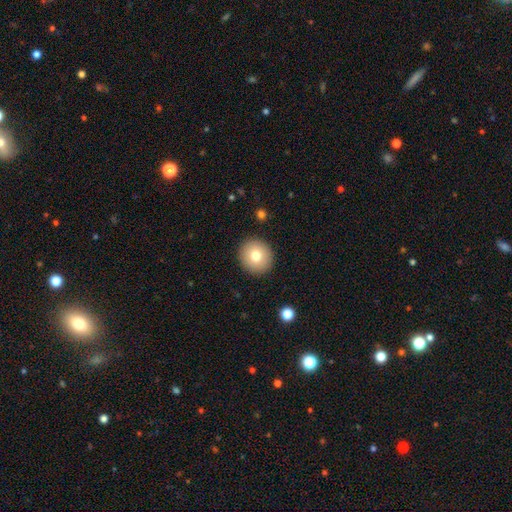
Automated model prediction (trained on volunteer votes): This appears to be a smooth galaxy with no disk features (76%) that is round (92%). Merging: none (91%).